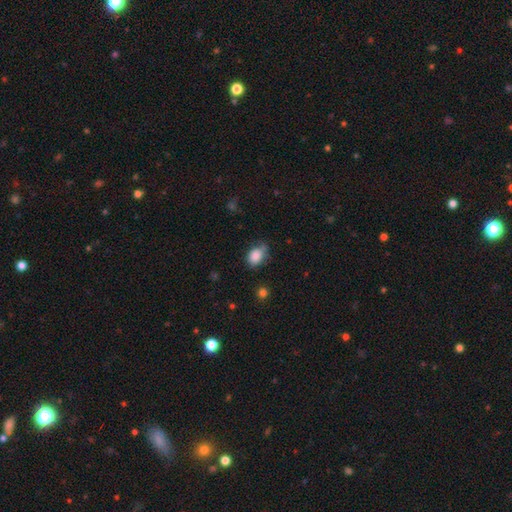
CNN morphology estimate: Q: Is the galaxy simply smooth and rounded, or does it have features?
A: smooth — 85%.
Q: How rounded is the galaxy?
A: in between — 69%.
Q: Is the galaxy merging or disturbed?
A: none — 56%.